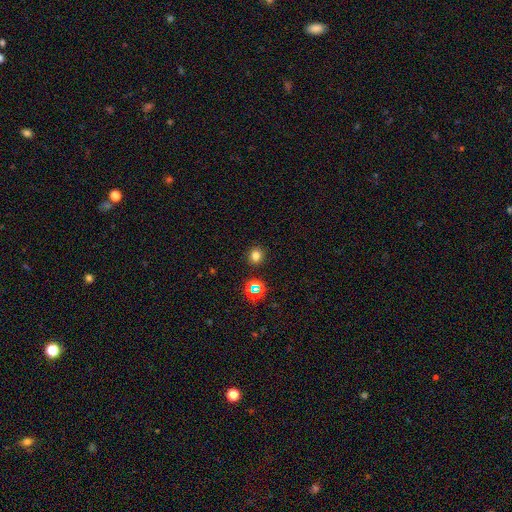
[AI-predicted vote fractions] smooth-or-featured: smooth: 76% | star or artifact: 18% | featured or disk: 6%
  how-rounded: round: 81% | in between: 18% | cigar-shaped: 1%
  merging: none: 89% | minor disturbance: 6% | major disturbance: 2% | merger: 2%